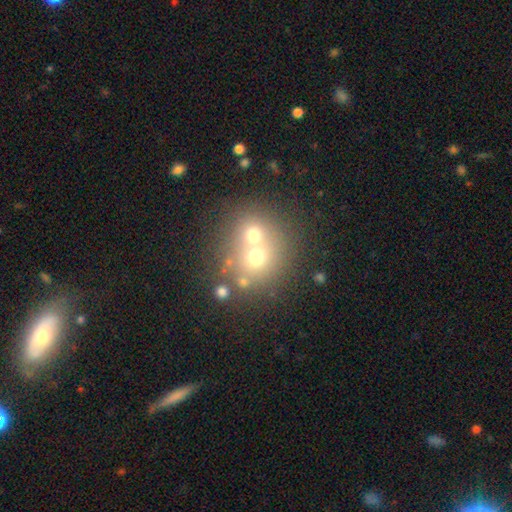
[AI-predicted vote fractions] smooth-or-featured: smooth: 56% | featured or disk: 26% | star or artifact: 18%
  how-rounded: round: 82% | in between: 17% | cigar-shaped: 1%
  merging: merger: 56% | none: 35% | minor disturbance: 6% | major disturbance: 3%